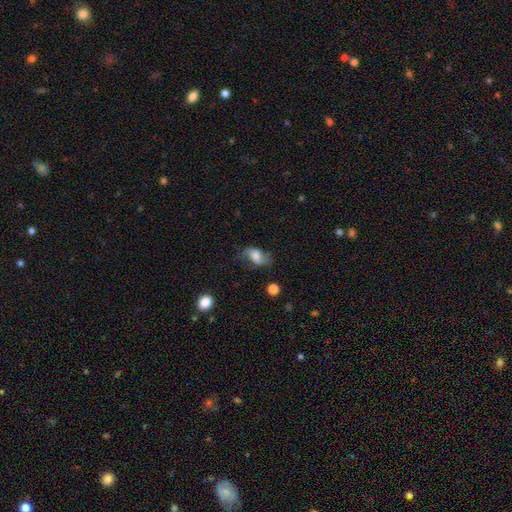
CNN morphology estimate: Smooth or featured? smooth (47%)
Merging? none (57%)